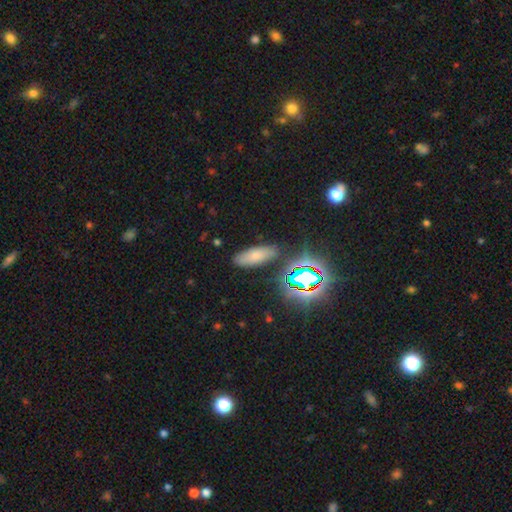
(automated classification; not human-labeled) This appears to be a smooth galaxy with no disk features (65%) that is in between round and cigar-shaped (65%). Merging: none (84%).